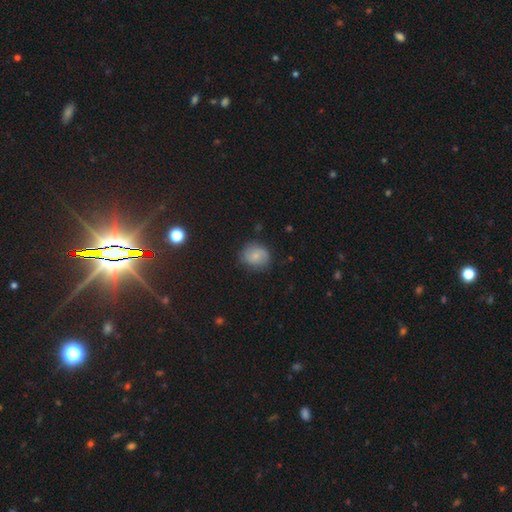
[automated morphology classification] Q: Smooth or featured?
A: smooth (57%); runner-up: featured or disk (33%)
Q: How rounded?
A: round (77%); runner-up: in between (22%)
Q: Merging?
A: none (77%); runner-up: minor disturbance (17%)